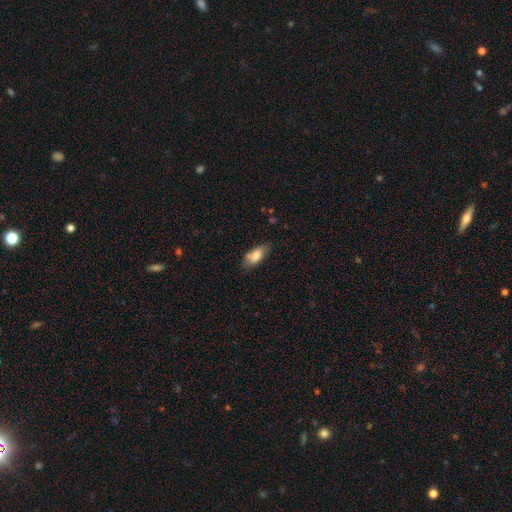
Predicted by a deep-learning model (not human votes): Smooth or featured? smooth (76%)
How rounded? in between (81%)
Merging? none (67%)